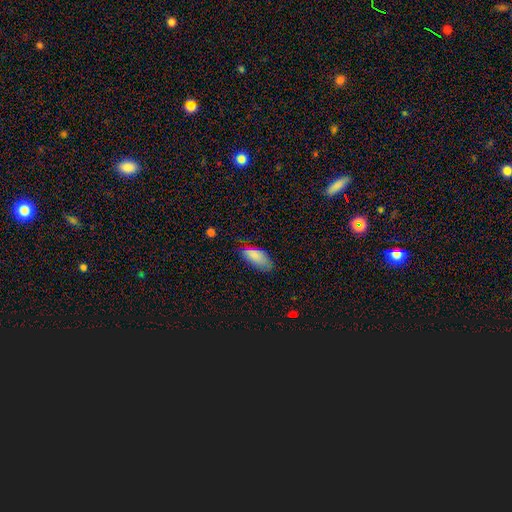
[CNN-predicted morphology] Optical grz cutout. It shows a smooth galaxy with no disk features (84%) that is in between round and cigar-shaped (89%). Merging: none (57%).